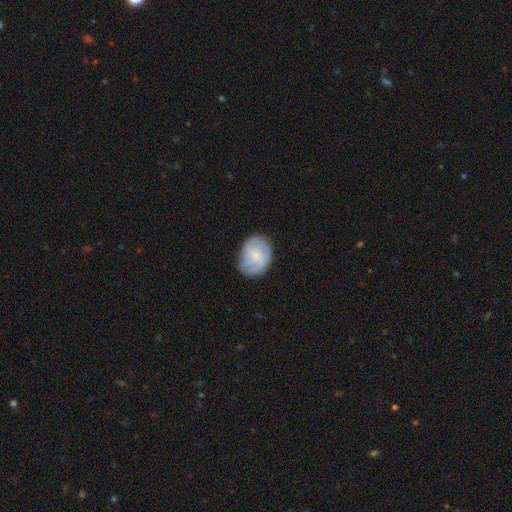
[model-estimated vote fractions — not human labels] A featured or disk galaxy (55%) with no bar (64%), spiral arms (88%) and a small central bulge (66%).

Vote fractions:
- Smooth or featured? featured or disk: 55% / smooth: 38% / star or artifact: 7%
- Edge-on disk? no: 98% / yes: 2%
- Bar? no: 64% / weak: 32% / strong: 4%
- Spiral arms? yes: 88% / no: 12%
- Bulge size? small: 66% / moderate: 21% / none: 11% / large: 1% / dominant: 1%
- Merging? none: 71% / minor disturbance: 21% / major disturbance: 6% / merger: 1%